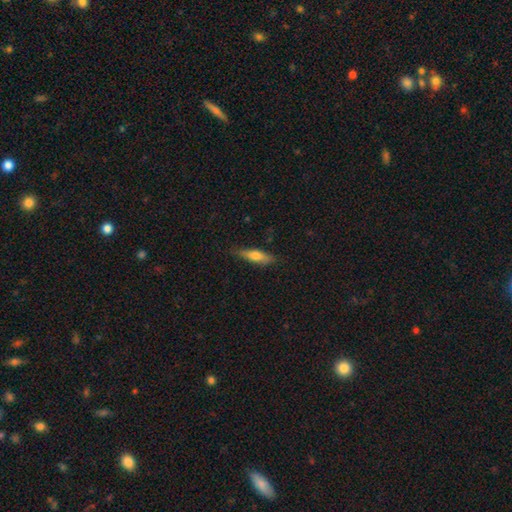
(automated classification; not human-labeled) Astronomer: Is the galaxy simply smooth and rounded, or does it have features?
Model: smooth — 68%.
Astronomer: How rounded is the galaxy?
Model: cigar-shaped — 55% (runner-up: in between, 43%).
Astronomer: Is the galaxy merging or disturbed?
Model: none — 77%.